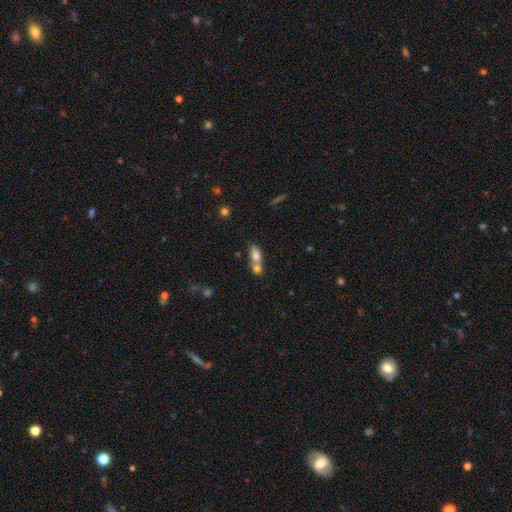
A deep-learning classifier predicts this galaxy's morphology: smooth 75%, featured or disk 16%, star or artifact 9%. Down the decision tree: how rounded — in between (76%); merging — merger (63%).